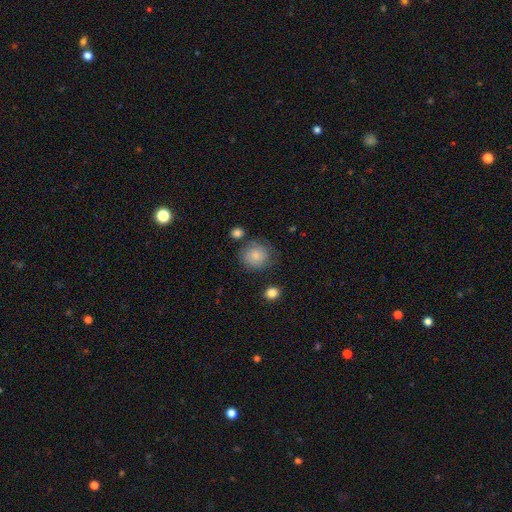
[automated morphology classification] smooth 80%, featured or disk 12%, star or artifact 8%. Down the decision tree: how rounded — round (84%); merging — none (71%).